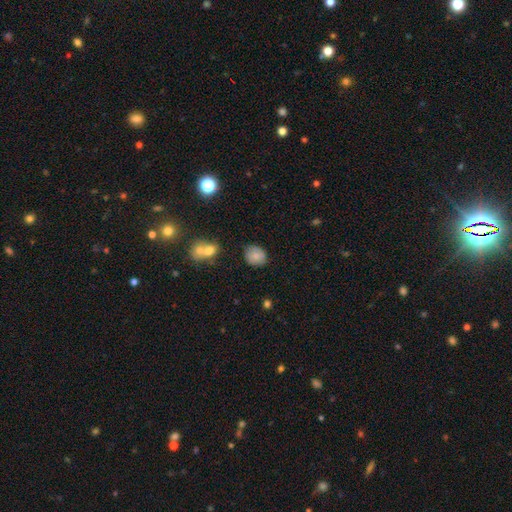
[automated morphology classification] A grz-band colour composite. It shows a smooth galaxy with no disk features (80%) that is round (67%). Merging: none (75%).